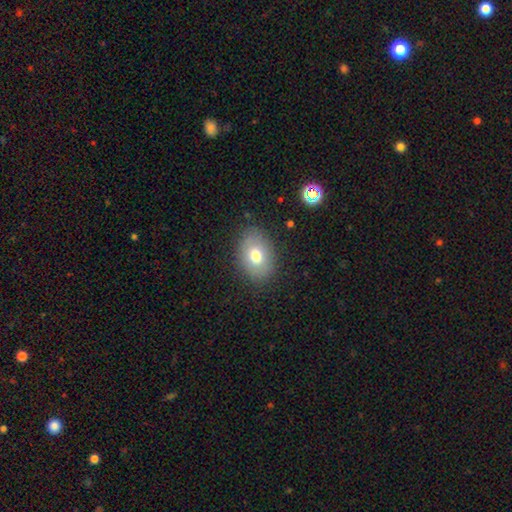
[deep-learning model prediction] Smooth or featured?
  - smooth: 72% *
  - featured or disk: 18%
  - star or artifact: 10%
How rounded?
  - in between: 75% *
  - round: 24%
  - cigar-shaped: 1%
Merging?
  - none: 84% *
  - minor disturbance: 12%
  - major disturbance: 4%
  - merger: 1%